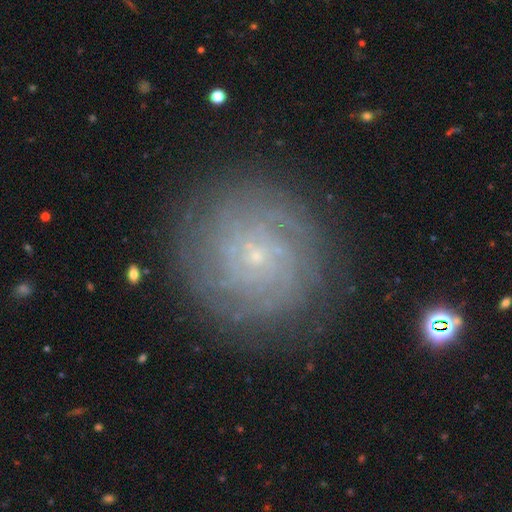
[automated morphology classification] Smooth or featured? featured or disk (75%)
Edge-on disk? no (98%)
Bar? no (77%)
Spiral arms? yes (94%)
Spiral winding? tight (81%)
Spiral arm count? can't tell (35%)
Bulge size? small (88%)
Merging? none (84%)